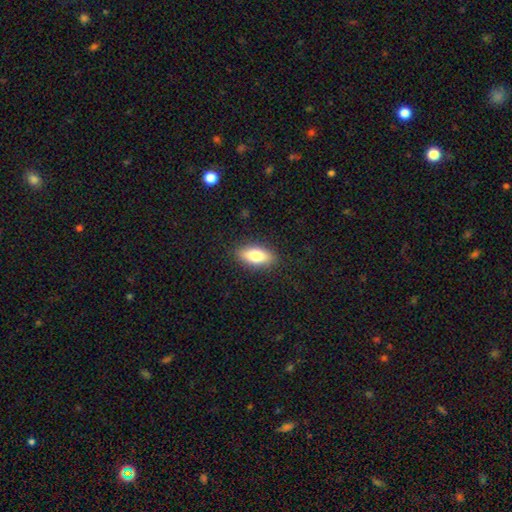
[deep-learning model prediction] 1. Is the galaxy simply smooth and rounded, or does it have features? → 77% smooth, 16% featured or disk, 7% star or artifact.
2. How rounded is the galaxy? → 83% in between, 13% cigar-shaped, 4% round.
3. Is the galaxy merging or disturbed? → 88% none, 9% minor disturbance, 2% major disturbance, 1% merger.